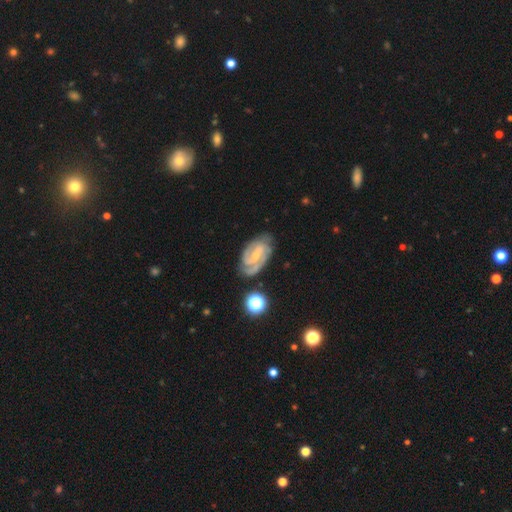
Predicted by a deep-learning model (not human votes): Smooth or featured? featured or disk (87%)
Edge-on disk? no (97%)
Bar? weak (51%)
Spiral arms? yes (97%)
Spiral winding? tight (49%)
Spiral arm count? 2 (54%)
Bulge size? small (64%)
Merging? none (73%)